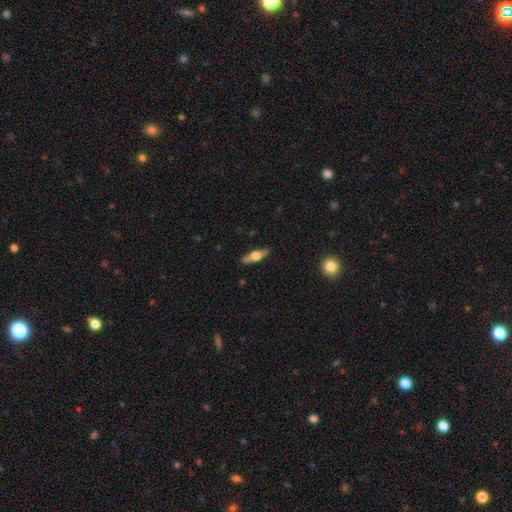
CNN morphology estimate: This is possibly a featured or disk galaxy (57%). It is clearly viewed edge-on (94%). Edge-on bulge: clearly rounded (94%). Merging: clearly none (88%).